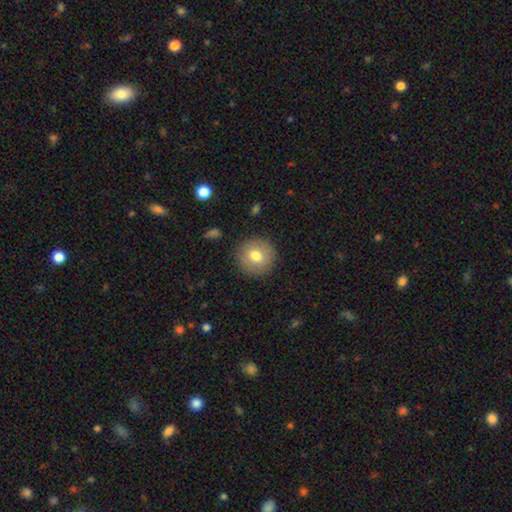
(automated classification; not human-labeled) Smooth or featured? smooth (74%)
How rounded? round (94%)
Merging? none (89%)